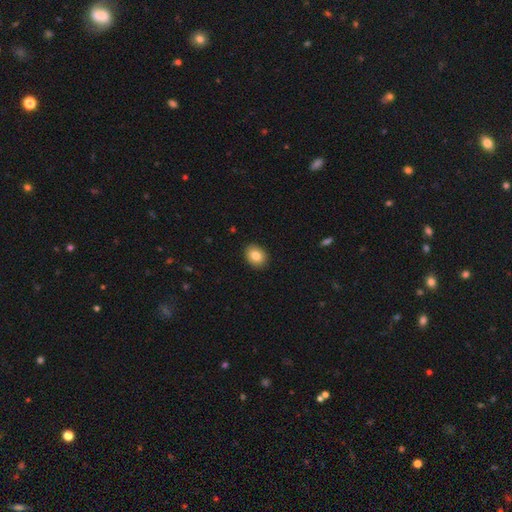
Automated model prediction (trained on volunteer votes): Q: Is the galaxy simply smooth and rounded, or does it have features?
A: smooth — 83%.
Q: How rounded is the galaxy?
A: round — 50%.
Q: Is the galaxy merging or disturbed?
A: none — 91%.